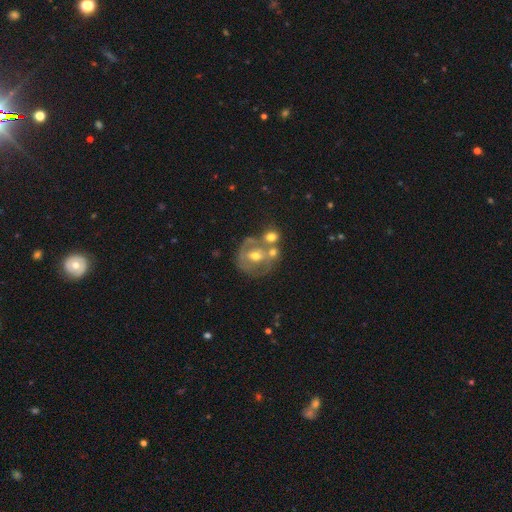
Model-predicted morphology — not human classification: Smooth or featured? featured or disk (64%)
Edge-on disk? no (96%)
Bar? no (46%)
Spiral arms? no (56%)
Bulge size? moderate (72%)
Merging? none (46%)